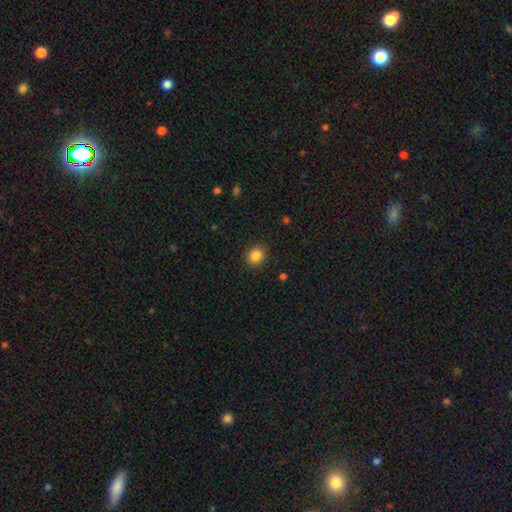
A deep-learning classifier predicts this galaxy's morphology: This is clearly a smooth galaxy (85%). How rounded: likely round (73%). Merging: clearly none (89%).